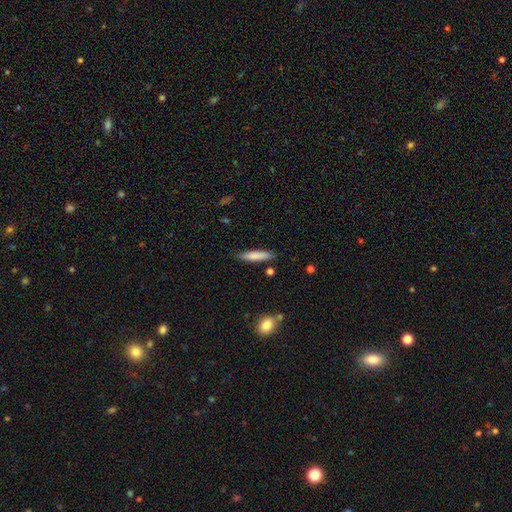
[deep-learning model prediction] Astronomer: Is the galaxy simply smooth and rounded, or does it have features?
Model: smooth — 79%.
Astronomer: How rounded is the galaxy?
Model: cigar-shaped — 84%.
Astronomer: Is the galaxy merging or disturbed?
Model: none — 84%.